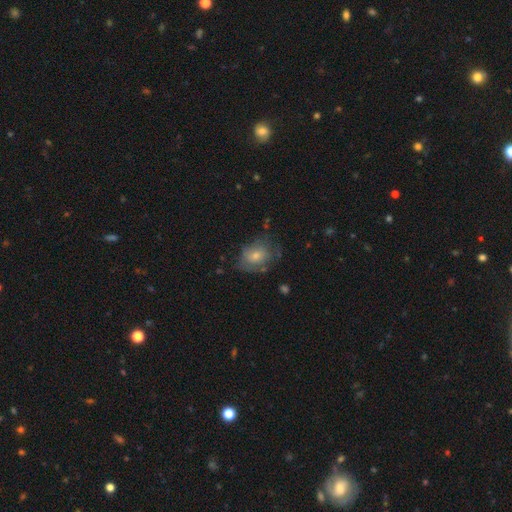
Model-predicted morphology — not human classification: type=smooth (64%); roundness=in between (63%); merging=none (54%).